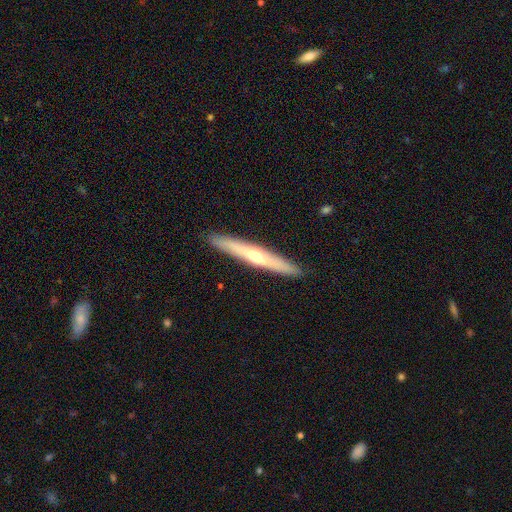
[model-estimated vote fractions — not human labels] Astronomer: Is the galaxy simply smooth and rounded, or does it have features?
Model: featured or disk — 56% (runner-up: smooth, 38%).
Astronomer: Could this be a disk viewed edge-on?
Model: yes — 94%.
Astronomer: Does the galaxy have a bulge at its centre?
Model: rounded — 78%.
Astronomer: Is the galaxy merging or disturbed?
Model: none — 92%.